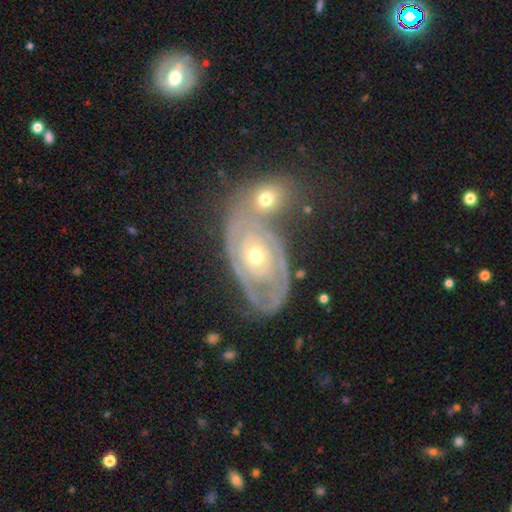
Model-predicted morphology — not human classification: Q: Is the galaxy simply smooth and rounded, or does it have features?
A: featured or disk — 85%.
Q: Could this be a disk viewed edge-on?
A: no — 96%.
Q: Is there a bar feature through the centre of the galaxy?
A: no — 81%.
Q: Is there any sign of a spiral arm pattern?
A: yes — 87%.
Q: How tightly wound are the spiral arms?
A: tight — 74%.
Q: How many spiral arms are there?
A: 2 — 50%.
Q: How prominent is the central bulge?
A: small — 50%.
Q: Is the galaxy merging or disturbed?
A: none — 50%.